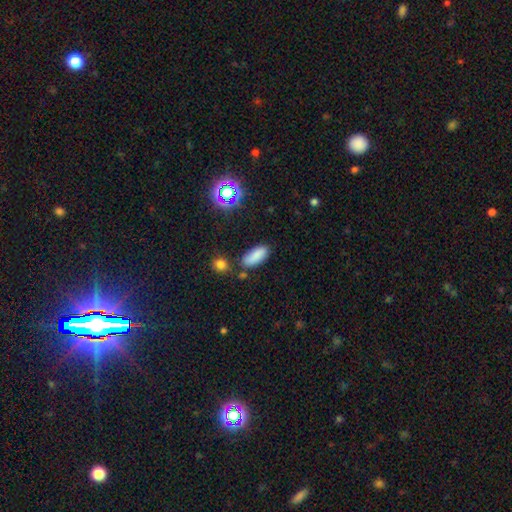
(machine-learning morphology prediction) A smooth galaxy with no disk features (83%) that is in between round and cigar-shaped (81%). Merging: none (76%).